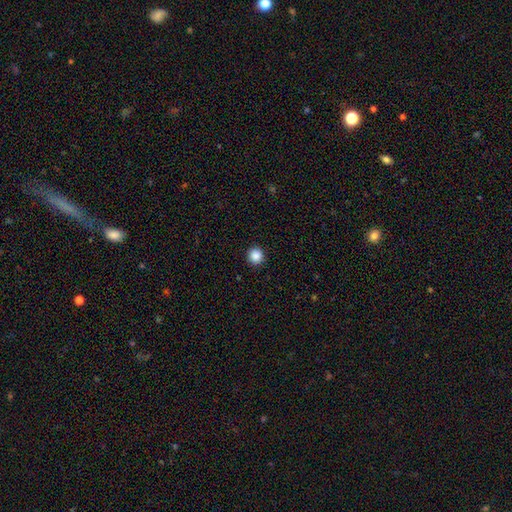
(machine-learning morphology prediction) Smooth or featured: smooth — 87% (star or artifact — 10%)
How rounded: round — 94% (in between — 5%)
Merging: none — 93% (minor disturbance — 5%)